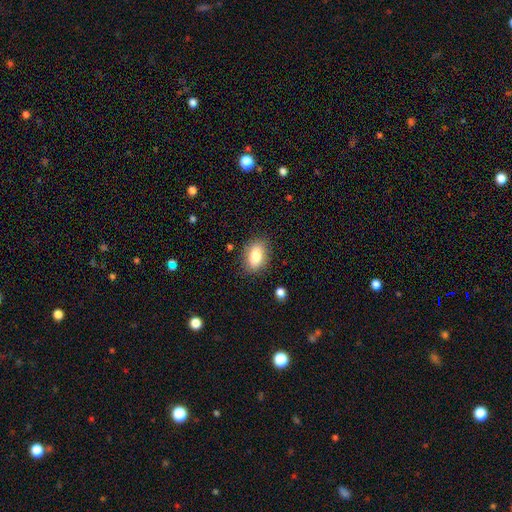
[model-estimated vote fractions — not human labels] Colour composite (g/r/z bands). It shows a smooth galaxy with no disk features (81%) that is in between round and cigar-shaped (85%). Merging: none (83%).